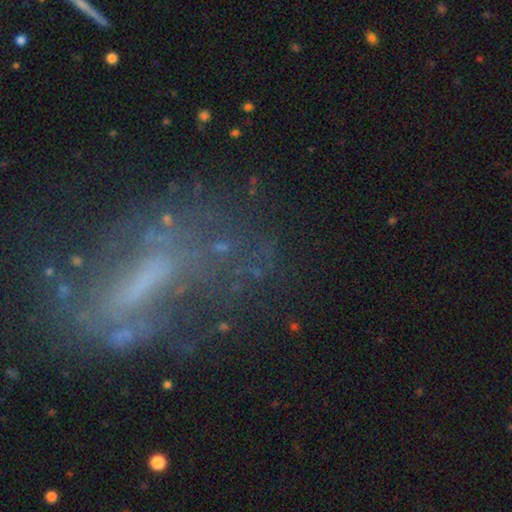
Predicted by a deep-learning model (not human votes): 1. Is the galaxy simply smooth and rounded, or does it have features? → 62% featured or disk, 21% smooth, 17% star or artifact.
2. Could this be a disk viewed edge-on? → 86% no, 14% yes.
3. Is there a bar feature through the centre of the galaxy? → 37% strong, 32% weak, 31% no.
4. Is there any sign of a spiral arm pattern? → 56% no, 44% yes.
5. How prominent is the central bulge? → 45% none, 28% small, 21% moderate, 5% large, 2% dominant.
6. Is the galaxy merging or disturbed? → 52% none, 23% major disturbance, 20% minor disturbance, 5% merger.